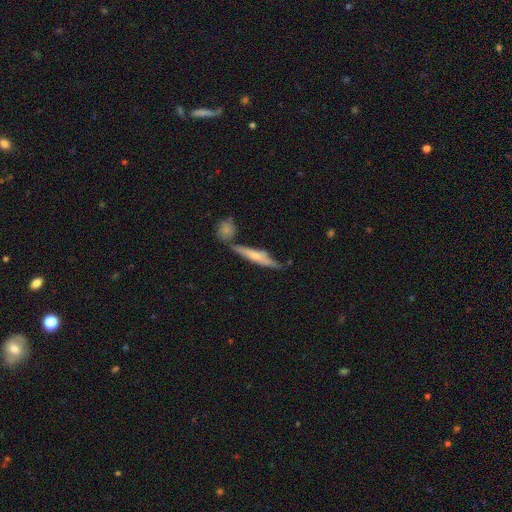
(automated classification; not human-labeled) Overall: smooth (47%, tied with featured or disk). Merging: none (63%).